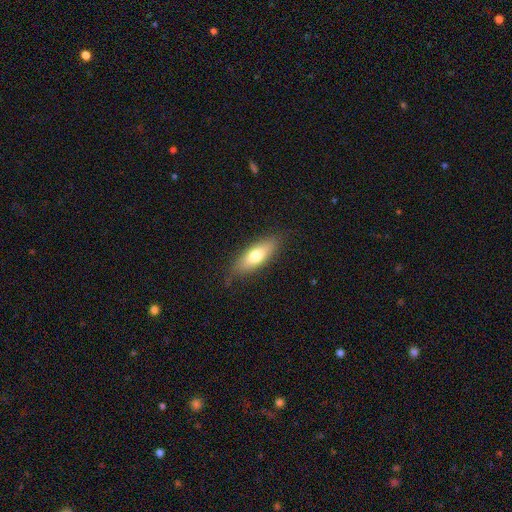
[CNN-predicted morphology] type=smooth (70%); roundness=in between (61%); merging=none (81%).